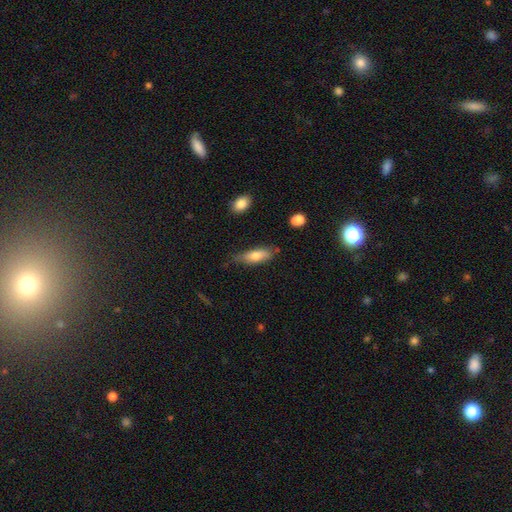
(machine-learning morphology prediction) Smooth or featured? Predicted: smooth (p=0.71). How rounded? Predicted: in between (p=0.54). Merging? Predicted: none (p=0.67).